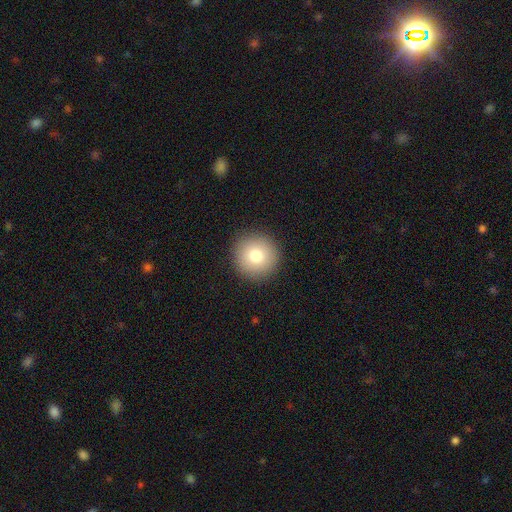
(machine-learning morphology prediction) This is likely a smooth galaxy (79%). How rounded: clearly round (96%). Merging: clearly none (92%).